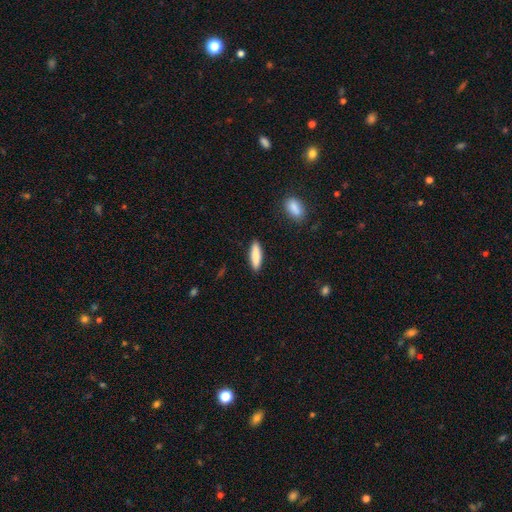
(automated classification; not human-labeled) Morphology: type=smooth (85%); roundness=cigar-shaped (66%); merging=none (89%).